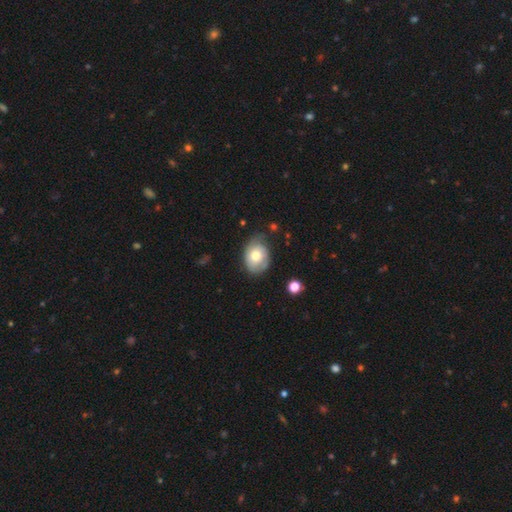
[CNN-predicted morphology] Smooth or featured? Predicted: smooth (p=0.58). How rounded? Predicted: in between (p=0.65). Merging? Predicted: none (p=0.57).